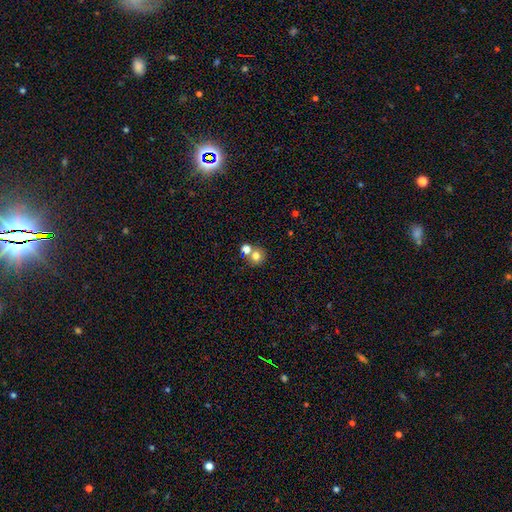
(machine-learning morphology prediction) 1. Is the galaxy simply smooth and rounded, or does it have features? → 75% smooth, 14% star or artifact, 11% featured or disk.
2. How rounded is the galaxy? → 87% round, 12% in between, 1% cigar-shaped.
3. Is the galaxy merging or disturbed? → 57% none, 33% merger, 7% minor disturbance, 3% major disturbance.